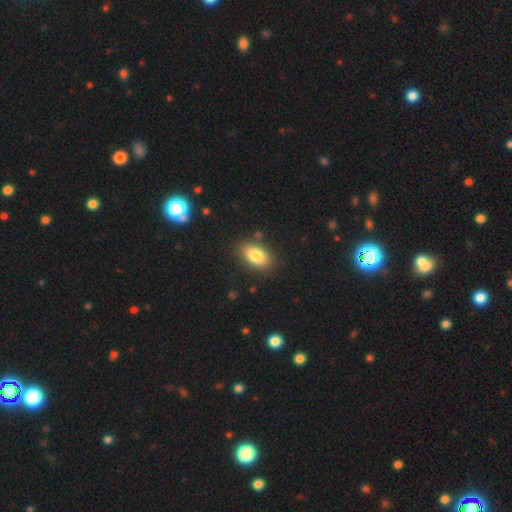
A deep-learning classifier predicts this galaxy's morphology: This appears to be a smooth galaxy with no disk features (84%) that is in between round and cigar-shaped (91%). Merging: none (85%).